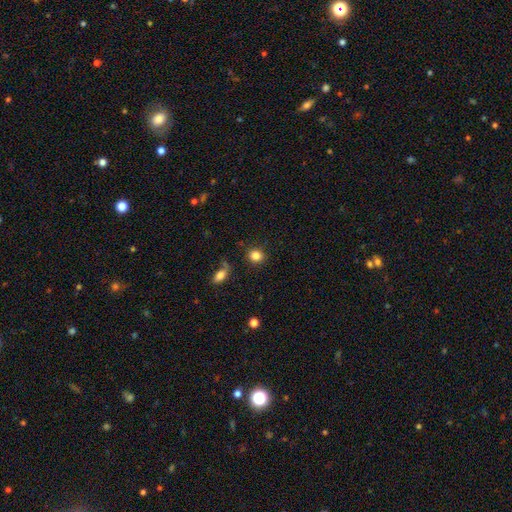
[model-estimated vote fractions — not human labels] This appears to be a smooth galaxy with no disk features (85%) that is round (77%). Merging: none (86%).